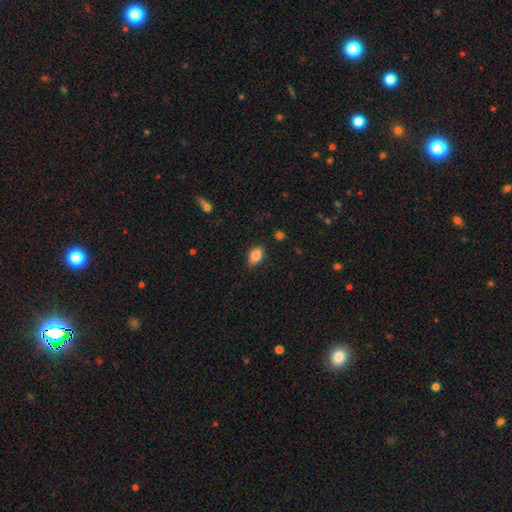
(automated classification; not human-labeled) smooth_or_featured: smooth (p=0.84) [alt: star or artifact p=0.08]
how_rounded: in between (p=0.83) [alt: round p=0.15]
merging: none (p=0.83) [alt: minor disturbance p=0.13]